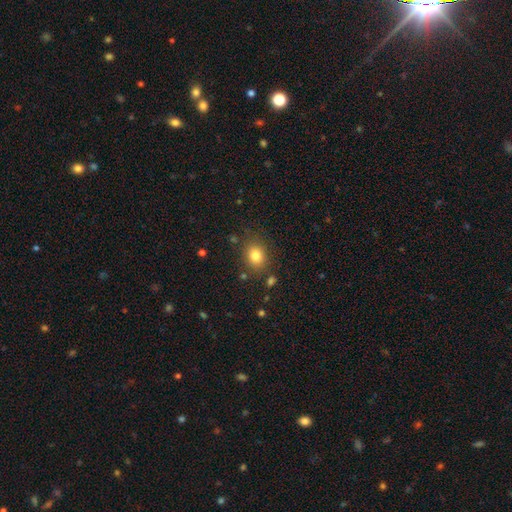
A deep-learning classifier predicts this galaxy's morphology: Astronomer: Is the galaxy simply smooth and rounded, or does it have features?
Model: smooth — 81%.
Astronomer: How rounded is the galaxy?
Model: round — 57% (runner-up: in between, 43%).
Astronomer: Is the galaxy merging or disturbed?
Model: none — 81%.